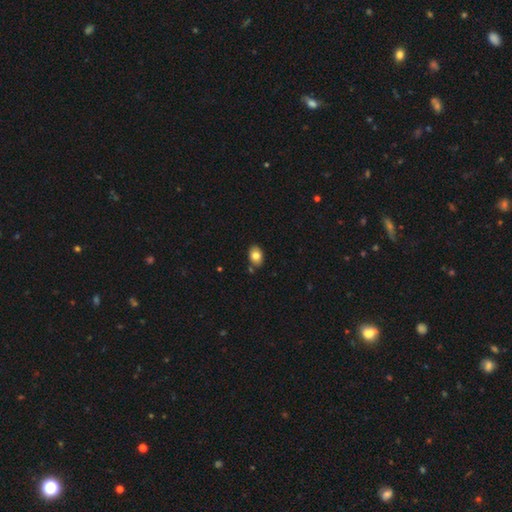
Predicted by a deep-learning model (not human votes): smooth-or-featured: smooth: 81% | featured or disk: 11% | star or artifact: 8%
  how-rounded: in between: 76% | round: 23% | cigar-shaped: 1%
  merging: none: 80% | minor disturbance: 12% | merger: 5% | major disturbance: 2%